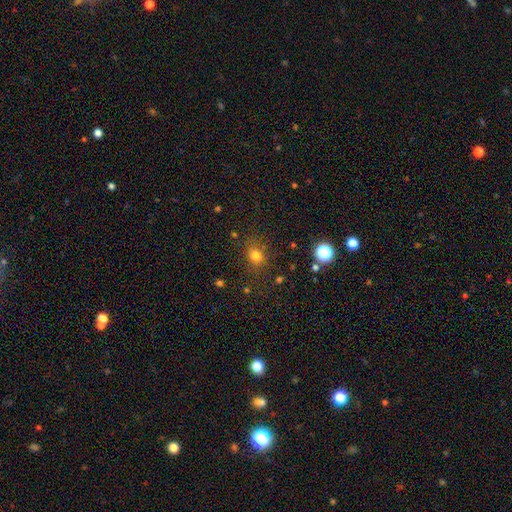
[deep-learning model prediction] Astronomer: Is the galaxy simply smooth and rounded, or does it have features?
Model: smooth — 76%.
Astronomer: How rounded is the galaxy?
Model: round — 64%.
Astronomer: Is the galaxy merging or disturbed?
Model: none — 80%.